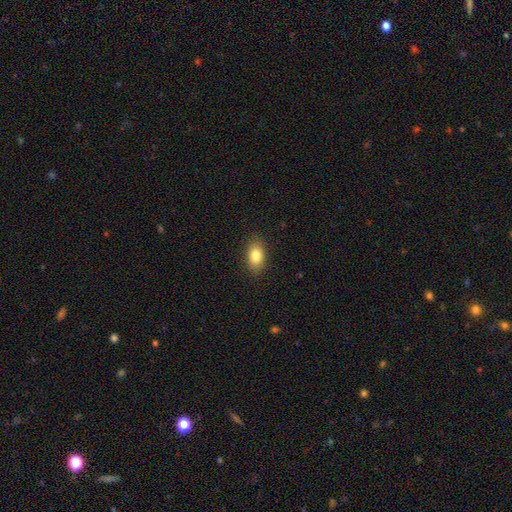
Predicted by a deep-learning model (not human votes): smooth_or_featured: smooth (p=0.84) [alt: star or artifact p=0.08]
how_rounded: in between (p=0.88) [alt: round p=0.09]
merging: none (p=0.88) [alt: minor disturbance p=0.09]